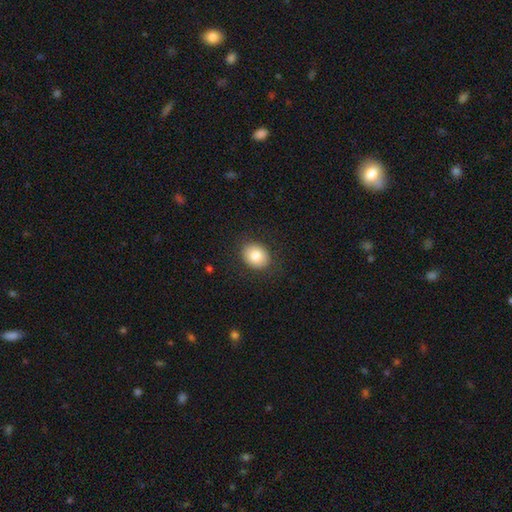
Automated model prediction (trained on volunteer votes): A smooth galaxy with no disk features (83%) that is in between round and cigar-shaped (52%). Merging: none (87%).